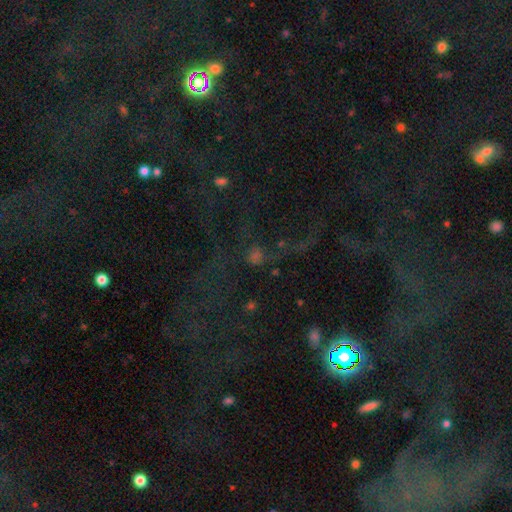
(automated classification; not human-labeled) This appears to be a star or artifact, not a galaxy (54%).